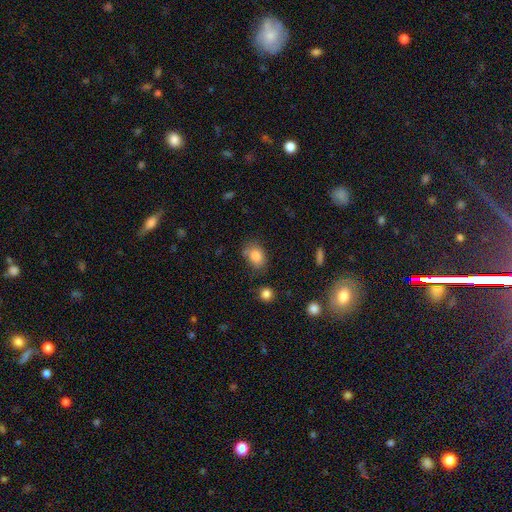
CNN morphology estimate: smooth_or_featured: smooth (p=0.83) [alt: star or artifact p=0.09]
how_rounded: in between (p=0.68) [alt: round p=0.31]
merging: none (p=0.62) [alt: minor disturbance p=0.25]